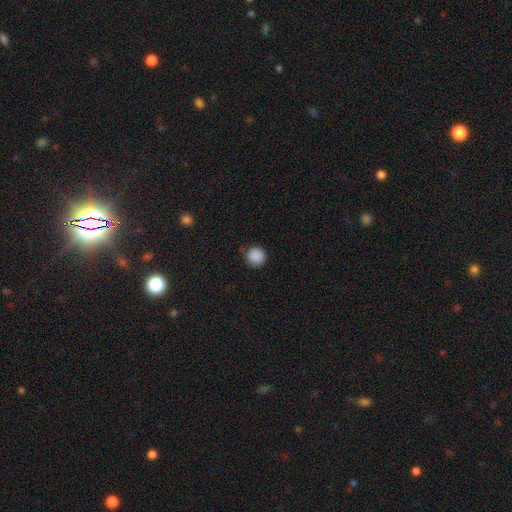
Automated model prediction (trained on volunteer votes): Q: Smooth or featured?
A: smooth (88%); runner-up: star or artifact (9%)
Q: How rounded?
A: round (93%); runner-up: in between (6%)
Q: Merging?
A: none (86%); runner-up: minor disturbance (10%)